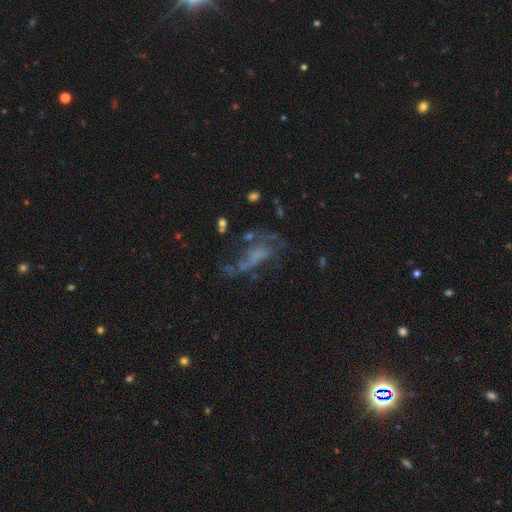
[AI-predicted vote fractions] Q: Smooth or featured?
A: featured or disk (57%); runner-up: smooth (23%)
Q: Edge-on disk?
A: no (92%); runner-up: yes (8%)
Q: Bar?
A: no (71%); runner-up: weak (21%)
Q: Spiral arms?
A: no (51%); runner-up: yes (49%)
Q: Bulge size?
A: none (63%); runner-up: small (17%)
Q: Merging?
A: none (38%); runner-up: major disturbance (37%)